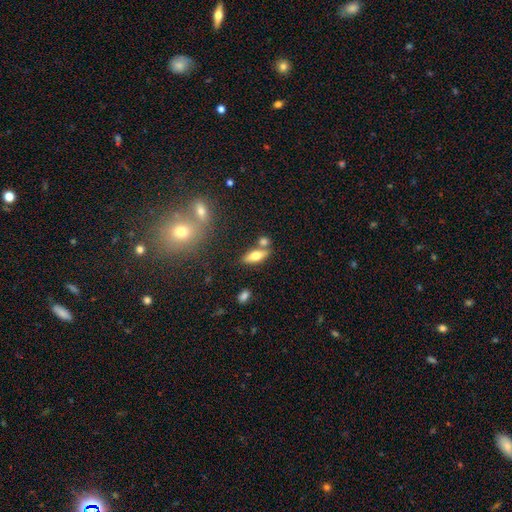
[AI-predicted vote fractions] smooth_or_featured: smooth (p=0.62) [alt: featured or disk p=0.30]
how_rounded: in between (p=0.66) [alt: cigar-shaped p=0.30]
merging: none (p=0.66) [alt: merger p=0.18]